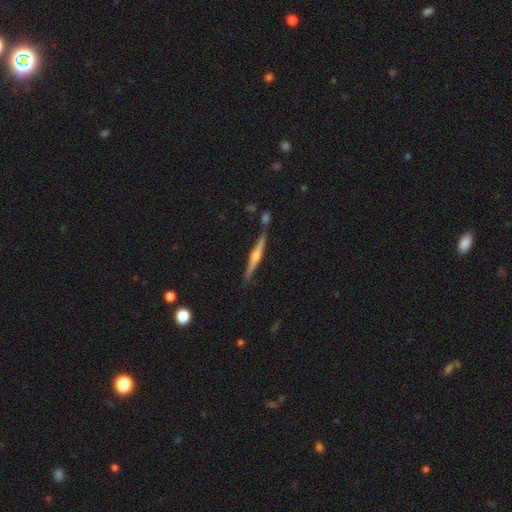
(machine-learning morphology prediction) Q: Smooth or featured?
A: featured or disk (80%); runner-up: smooth (15%)
Q: Edge-on disk?
A: yes (98%); runner-up: no (2%)
Q: Edge-on bulge?
A: rounded (91%); runner-up: boxy (5%)
Q: Merging?
A: none (81%); runner-up: minor disturbance (11%)